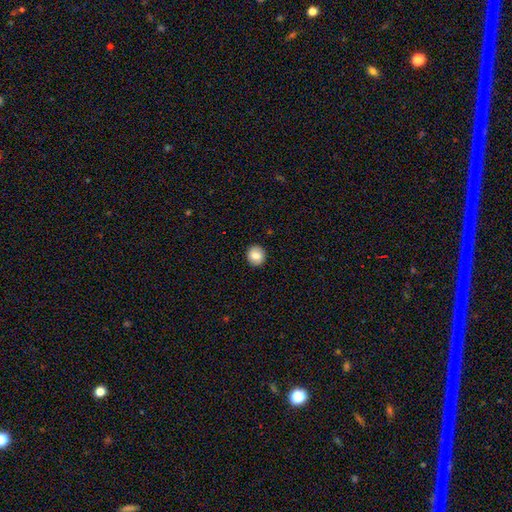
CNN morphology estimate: A smooth galaxy with no disk features (80%) that is round (87%).

Vote fractions:
- Smooth or featured? smooth: 80% / featured or disk: 12% / star or artifact: 8%
- How rounded? round: 87% / in between: 12% / cigar-shaped: 1%
- Merging? none: 90% / minor disturbance: 7% / major disturbance: 2% / merger: 1%